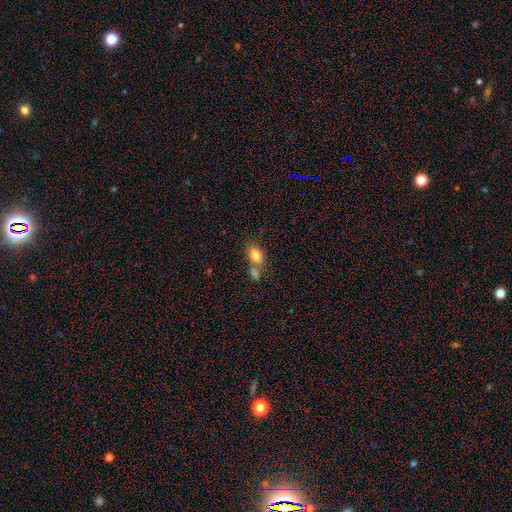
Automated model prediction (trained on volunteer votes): Smooth or featured: smooth — 82% (featured or disk — 9%)
How rounded: in between — 82% (round — 16%)
Merging: none — 45% (merger — 39%)